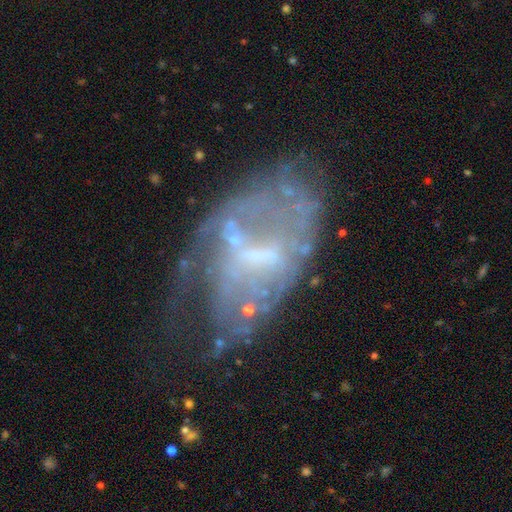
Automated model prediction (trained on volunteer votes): A featured or disk galaxy (69%) with a weak bar (44%), no spiral arms (62%) and a small central bulge (43%).

Vote fractions:
- Smooth or featured? featured or disk: 69% / smooth: 19% / star or artifact: 11%
- Edge-on disk? no: 95% / yes: 5%
- Bar? weak: 44% / no: 37% / strong: 19%
- Spiral arms? no: 62% / yes: 38%
- Bulge size? small: 43% / none: 34% / moderate: 20% / large: 2% / dominant: 1%
- Merging? none: 37% / major disturbance: 32% / minor disturbance: 24% / merger: 7%